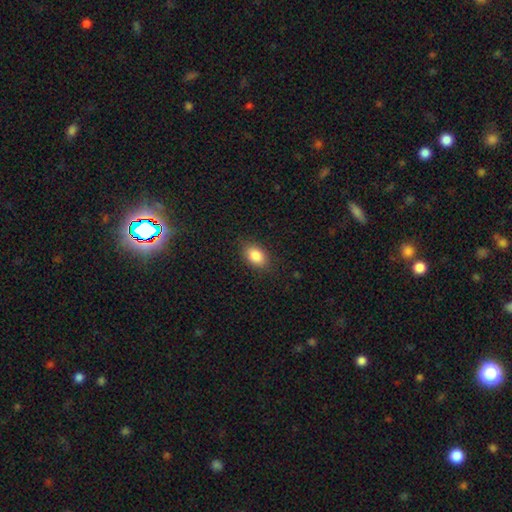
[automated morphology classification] A smooth galaxy with no disk features (86%) that is in between round and cigar-shaped (83%). Merging: none (85%).